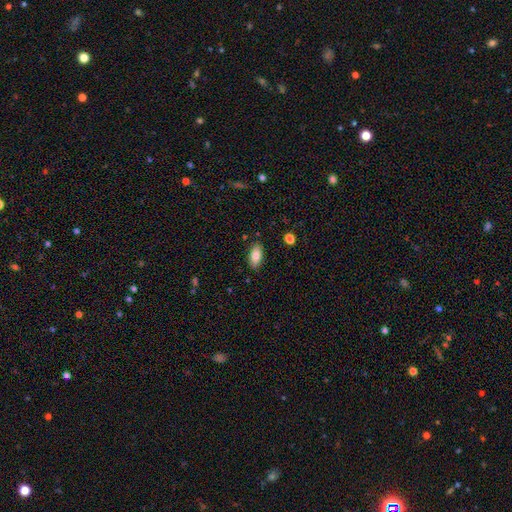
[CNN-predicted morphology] Smooth or featured?
  - smooth: 83% *
  - featured or disk: 10%
  - star or artifact: 7%
How rounded?
  - in between: 90% *
  - cigar-shaped: 7%
  - round: 3%
Merging?
  - none: 86% *
  - minor disturbance: 10%
  - major disturbance: 2%
  - merger: 1%